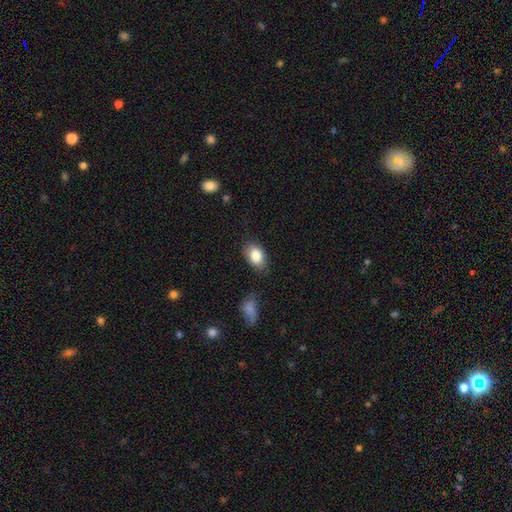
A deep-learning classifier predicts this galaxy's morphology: smooth 83%, featured or disk 9%, star or artifact 8%. Down the decision tree: how rounded — in between (86%); merging — none (82%).